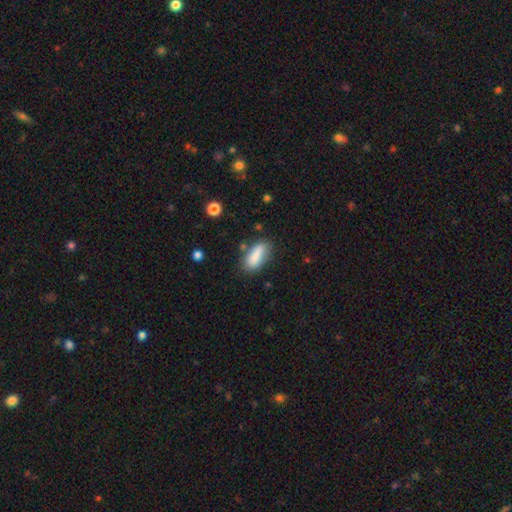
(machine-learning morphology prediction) This appears to be a smooth galaxy with no disk features (84%) that is in between round and cigar-shaped (76%). Merging: none (74%).